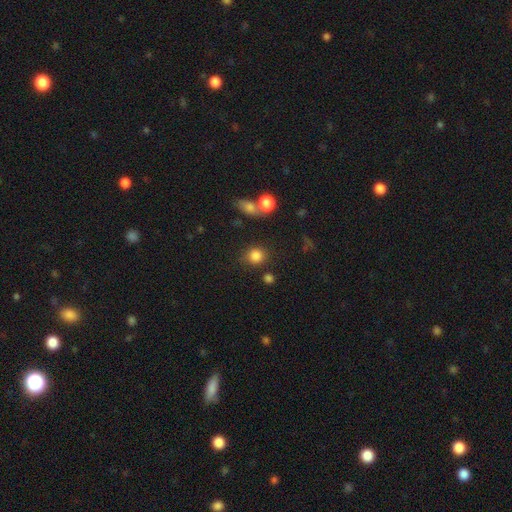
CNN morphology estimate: This is clearly a smooth galaxy (84%). How rounded: clearly round (81%). Merging: likely none (78%).